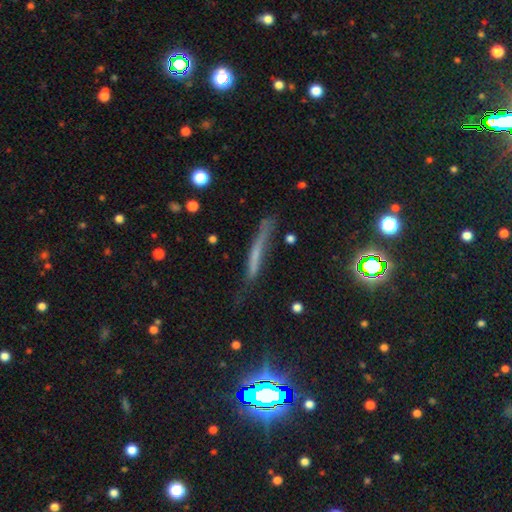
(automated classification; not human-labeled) Morphology: type=smooth (45%); merging=none (59%).